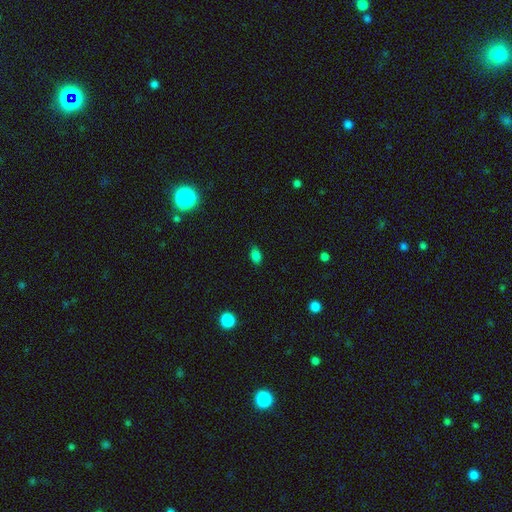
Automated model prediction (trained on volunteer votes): Morphology: type=smooth (81%); roundness=in between (85%); merging=none (81%).